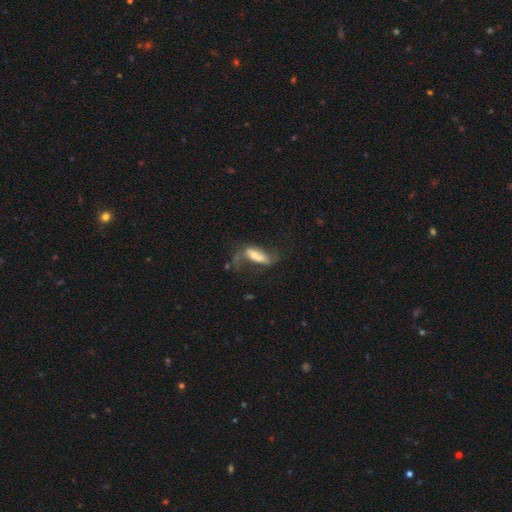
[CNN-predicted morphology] Smooth or featured?
  - featured or disk: 51% *
  - smooth: 40%
  - star or artifact: 8%
Edge-on disk?
  - no: 78% *
  - yes: 22%
Merging?
  - none: 36% *
  - major disturbance: 35%
  - minor disturbance: 22%
  - merger: 7%